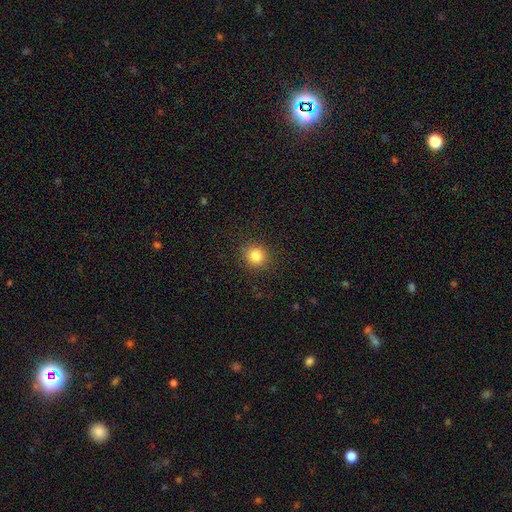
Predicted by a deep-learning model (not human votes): smooth-or-featured: smooth: 83% | star or artifact: 11% | featured or disk: 6%
  how-rounded: round: 84% | in between: 15% | cigar-shaped: 1%
  merging: none: 89% | minor disturbance: 7% | major disturbance: 3% | merger: 1%